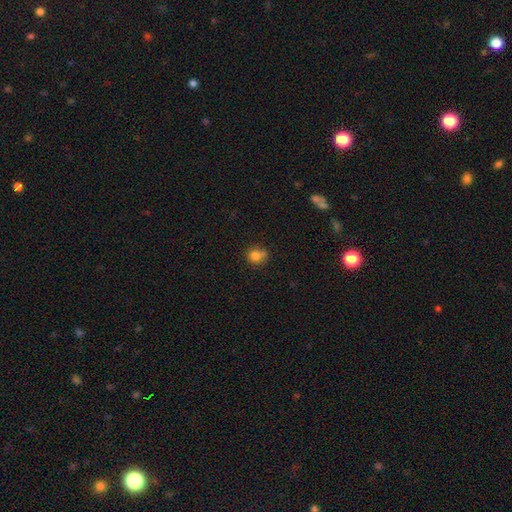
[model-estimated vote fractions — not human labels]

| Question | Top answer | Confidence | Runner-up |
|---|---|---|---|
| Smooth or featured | smooth | 80% | star or artifact (11%) |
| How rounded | round | 76% | in between (23%) |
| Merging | none | 61% | minor disturbance (24%) |